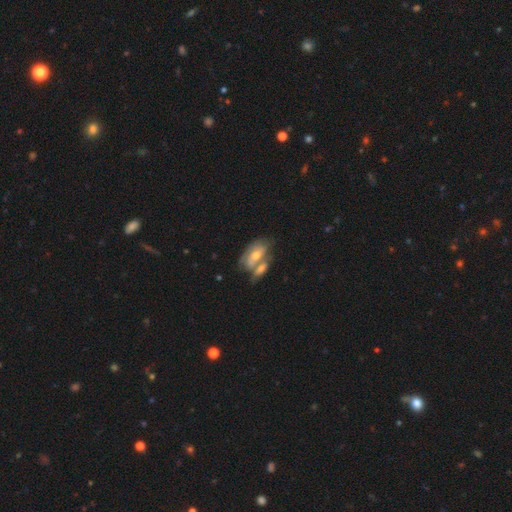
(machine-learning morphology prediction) A featured or disk galaxy (48%). Merging: merger (54%).